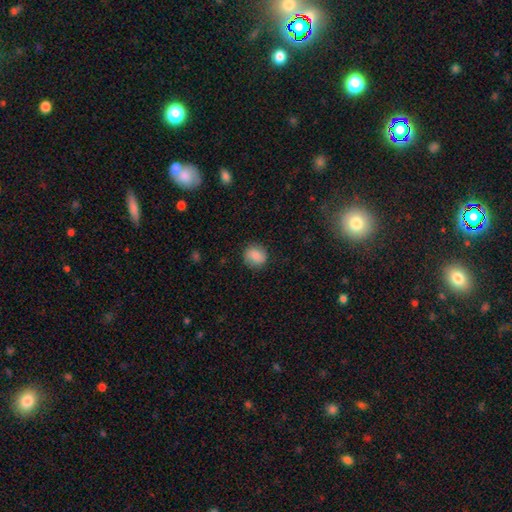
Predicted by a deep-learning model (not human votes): Morphology: type=smooth (81%); roundness=round (80%); merging=none (85%).